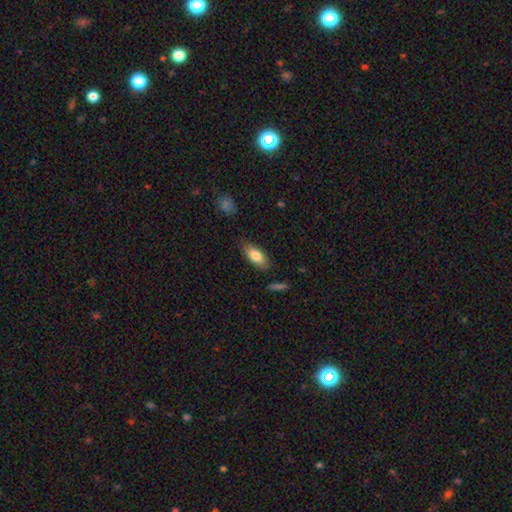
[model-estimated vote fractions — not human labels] This is clearly a smooth galaxy (80%). How rounded: clearly in between (85%). Merging: likely none (78%).